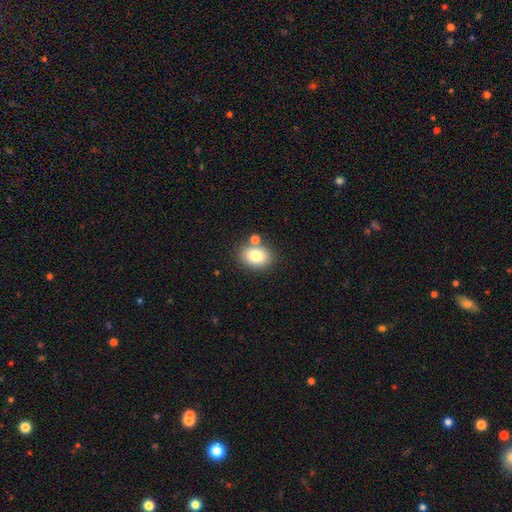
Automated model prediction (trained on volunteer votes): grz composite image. It shows a smooth galaxy with no disk features (78%) that is in between round and cigar-shaped (63%). Merging: none (72%).